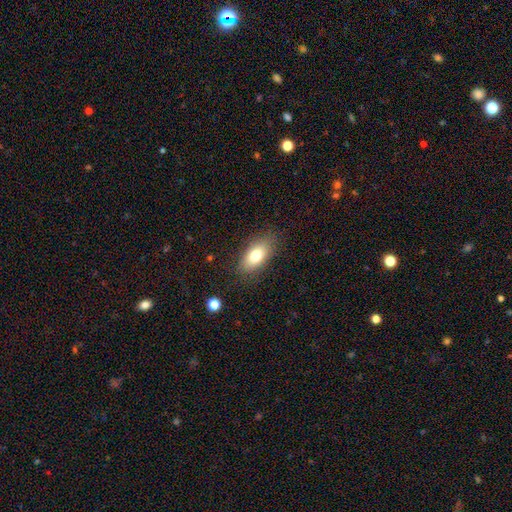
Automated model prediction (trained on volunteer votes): This appears to be a smooth galaxy with no disk features (75%) that is in between round and cigar-shaped (88%). Merging: none (84%).